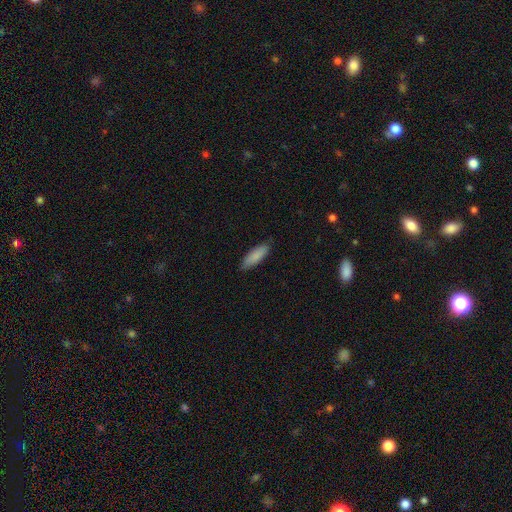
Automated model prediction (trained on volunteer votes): The model was most divided on "how rounded": in between: 55%, cigar-shaped: 43%, round: 1%. More confident: smooth or featured — smooth (88%); merging — none (85%).